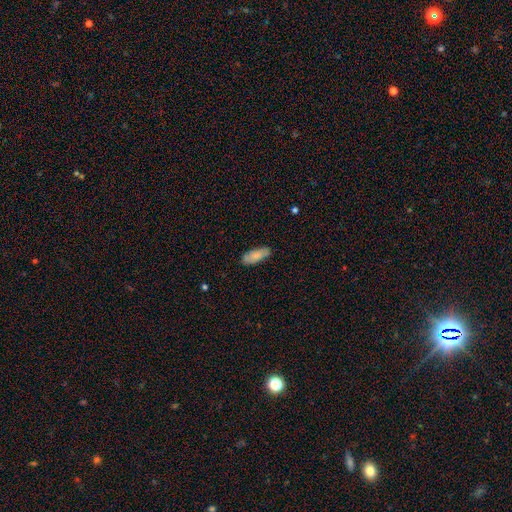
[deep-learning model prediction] smooth-or-featured: smooth: 81% | featured or disk: 13% | star or artifact: 6%
  how-rounded: in between: 71% | cigar-shaped: 27% | round: 2%
  merging: none: 82% | minor disturbance: 14% | major disturbance: 2% | merger: 1%